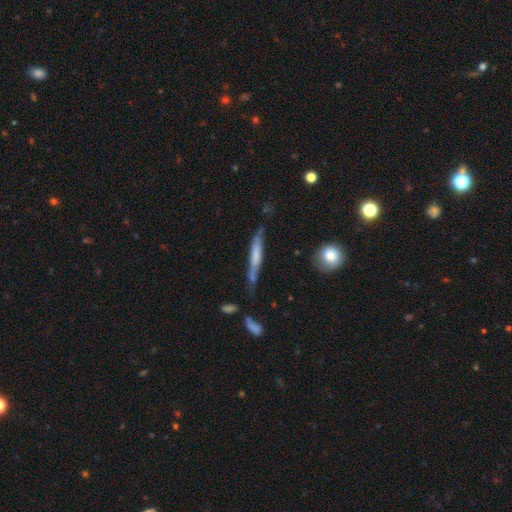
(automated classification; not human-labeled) featured or disk 48%, smooth 45%, star or artifact 7%. Down the decision tree: merging — none (57%).